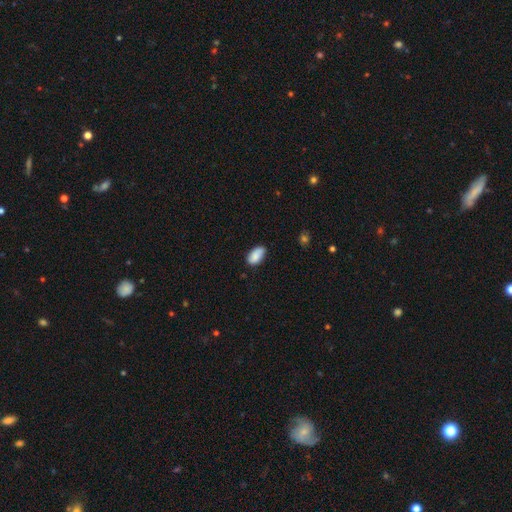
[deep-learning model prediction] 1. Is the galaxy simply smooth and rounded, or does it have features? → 84% smooth, 9% featured or disk, 7% star or artifact.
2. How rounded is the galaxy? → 93% in between, 4% round, 2% cigar-shaped.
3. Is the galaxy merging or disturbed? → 73% none, 22% minor disturbance, 4% major disturbance, 2% merger.